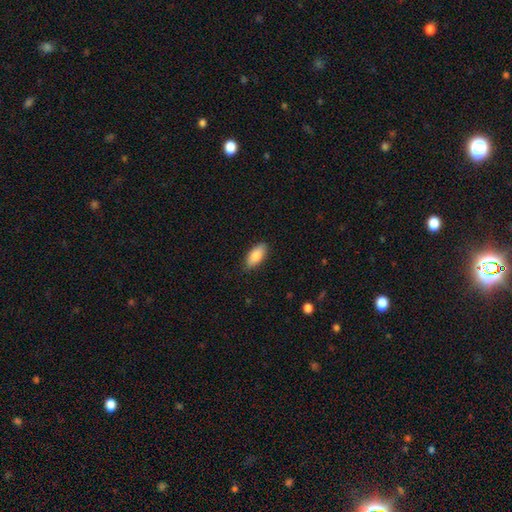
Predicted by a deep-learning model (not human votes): Q: Smooth or featured?
A: smooth (85%); runner-up: featured or disk (9%)
Q: How rounded?
A: in between (89%); runner-up: cigar-shaped (9%)
Q: Merging?
A: none (87%); runner-up: minor disturbance (11%)